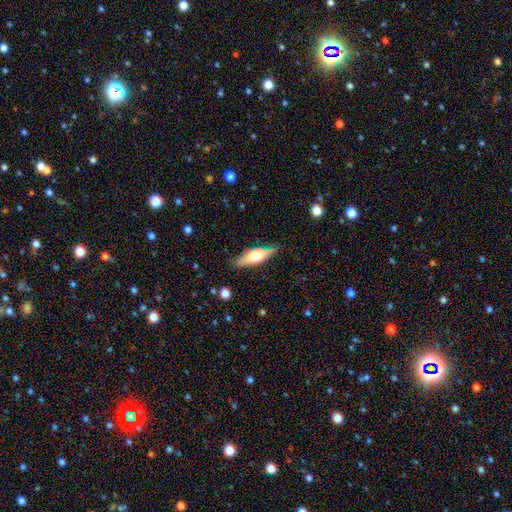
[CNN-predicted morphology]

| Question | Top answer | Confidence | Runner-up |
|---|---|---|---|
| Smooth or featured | featured or disk | 48% | smooth (46%) |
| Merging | none | 83% | minor disturbance (13%) |